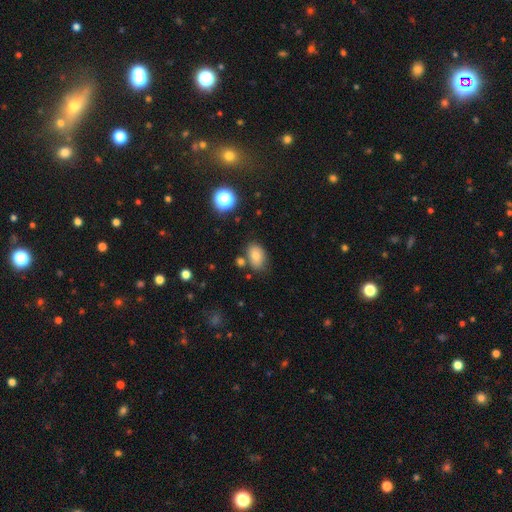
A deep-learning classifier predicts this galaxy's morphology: smooth-or-featured: smooth: 78% | star or artifact: 11% | featured or disk: 10%
  how-rounded: in between: 84% | round: 15% | cigar-shaped: 1%
  merging: none: 70% | minor disturbance: 17% | merger: 9% | major disturbance: 4%